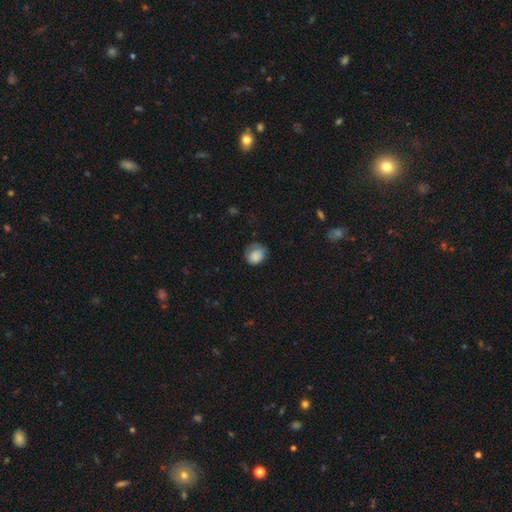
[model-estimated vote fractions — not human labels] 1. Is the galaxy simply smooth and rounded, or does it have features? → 80% smooth, 12% featured or disk, 8% star or artifact.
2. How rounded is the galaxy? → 64% round, 35% in between, 1% cigar-shaped.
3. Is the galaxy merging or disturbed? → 53% none, 31% minor disturbance, 14% major disturbance, 2% merger.